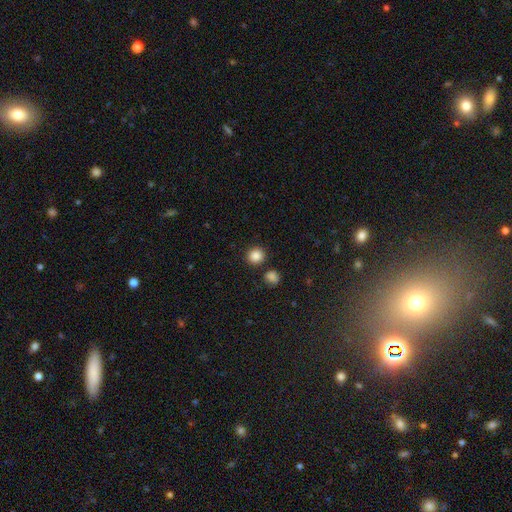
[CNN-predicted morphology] A smooth galaxy with no disk features (87%) that is round (92%).

Vote fractions:
- Smooth or featured? smooth: 87% / star or artifact: 10% / featured or disk: 4%
- How rounded? round: 92% / in between: 7% / cigar-shaped: 1%
- Merging? none: 87% / minor disturbance: 6% / merger: 5% / major disturbance: 2%